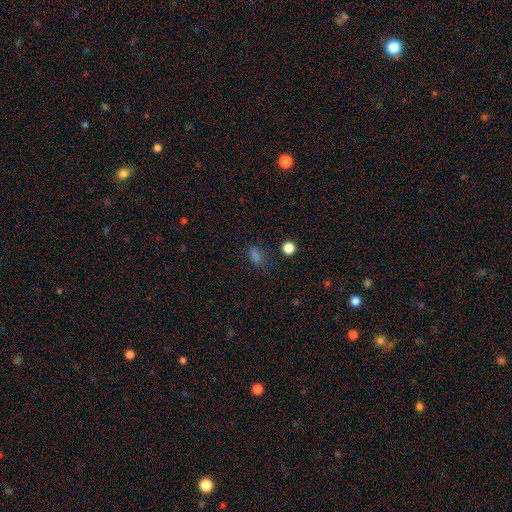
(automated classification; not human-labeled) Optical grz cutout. It shows a smooth galaxy with no disk features (64%) that is in between round and cigar-shaped (74%). Merging: none (69%).